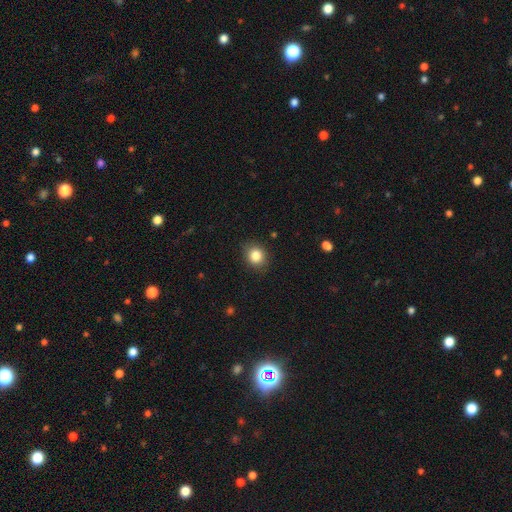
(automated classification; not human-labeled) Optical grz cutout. It shows a smooth galaxy with no disk features (83%) that is round (70%). Merging: none (86%).